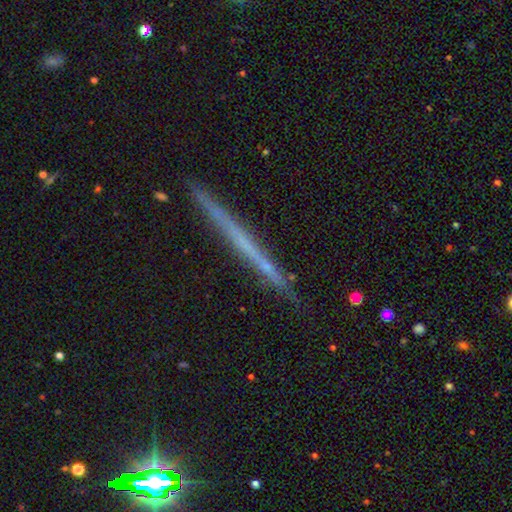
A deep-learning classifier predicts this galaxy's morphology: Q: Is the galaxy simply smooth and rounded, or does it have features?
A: featured or disk — 55%.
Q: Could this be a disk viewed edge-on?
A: yes — 97%.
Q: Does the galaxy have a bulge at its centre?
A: none — 92%.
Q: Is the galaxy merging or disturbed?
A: none — 90%.